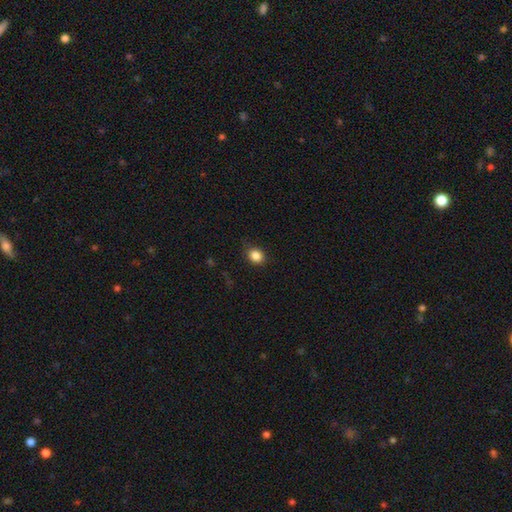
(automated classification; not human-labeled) Smooth or featured: smooth — 85% (star or artifact — 11%)
How rounded: round — 68% (in between — 31%)
Merging: none — 79% (minor disturbance — 16%)